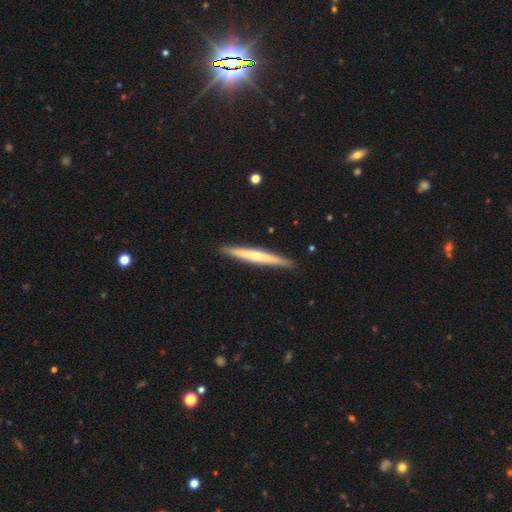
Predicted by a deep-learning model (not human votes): This appears to be a featured or disk galaxy (55%) viewed edge-on (97%) with a rounded central bulge (50%). Merging: none (92%).